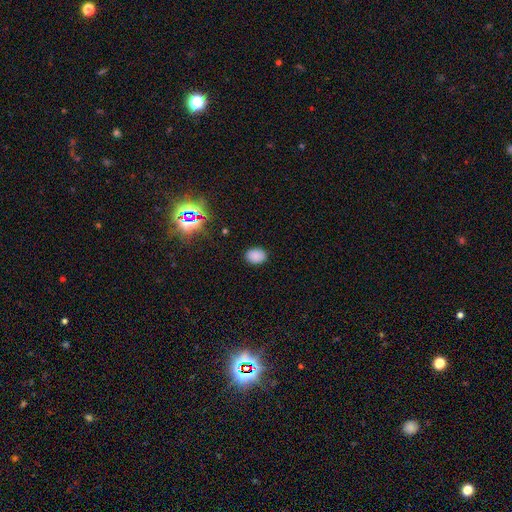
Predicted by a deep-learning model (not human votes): smooth 84%, star or artifact 12%, featured or disk 4%. Down the decision tree: how rounded — in between (66%); merging — none (87%).